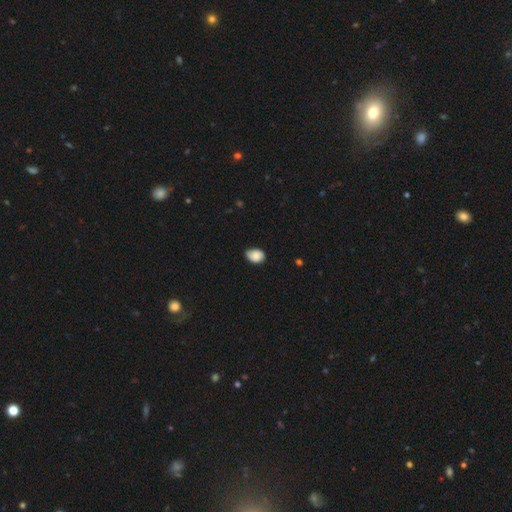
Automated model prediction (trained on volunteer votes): Smooth or featured? Predicted: smooth (p=0.84). How rounded? Predicted: in between (p=0.74). Merging? Predicted: none (p=0.63).